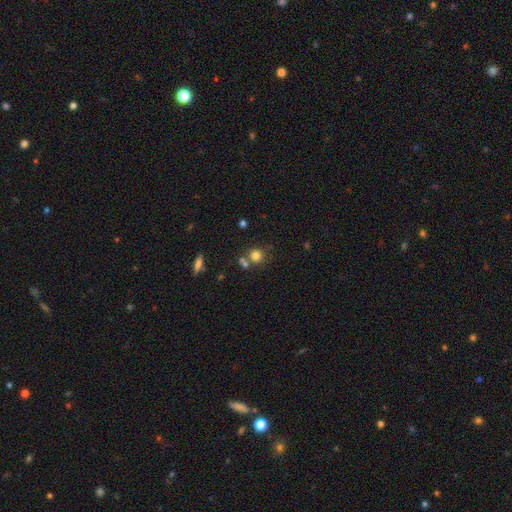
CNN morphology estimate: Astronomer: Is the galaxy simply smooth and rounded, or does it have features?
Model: smooth — 77%.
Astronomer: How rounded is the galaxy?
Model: round — 89%.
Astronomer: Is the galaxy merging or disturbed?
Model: none — 62%.